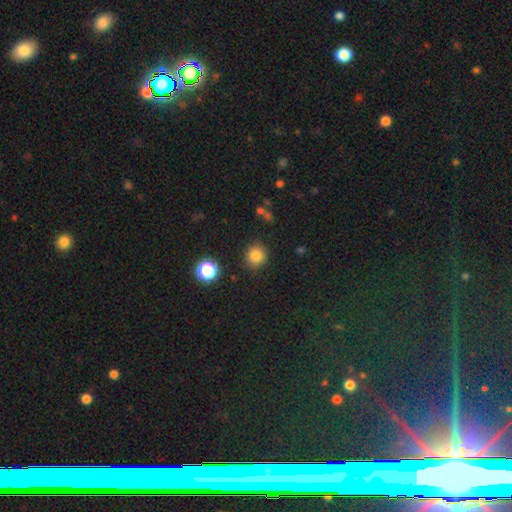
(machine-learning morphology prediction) smooth 82%, star or artifact 13%, featured or disk 5%. Down the decision tree: how rounded — round (90%); merging — none (87%).